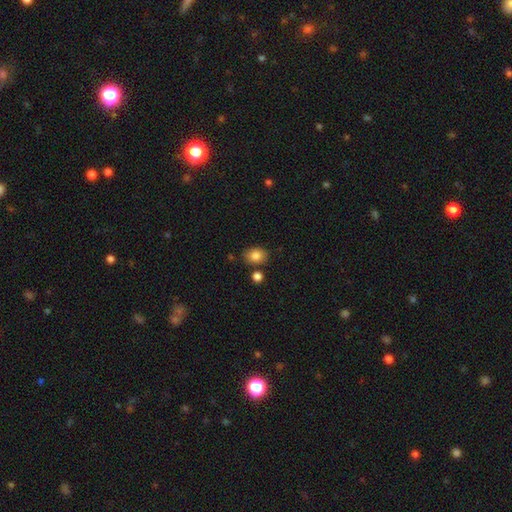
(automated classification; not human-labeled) smooth_or_featured: smooth (p=0.84) [alt: star or artifact p=0.09]
how_rounded: in between (p=0.62) [alt: round p=0.37]
merging: none (p=0.77) [alt: minor disturbance p=0.13]